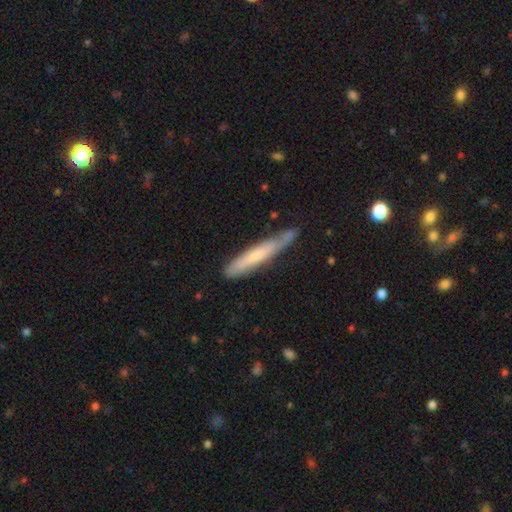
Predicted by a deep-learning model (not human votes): The model was most divided on "smooth or featured": smooth: 57%, featured or disk: 38%, star or artifact: 5%. More confident: how rounded — cigar-shaped (92%); merging — none (67%).